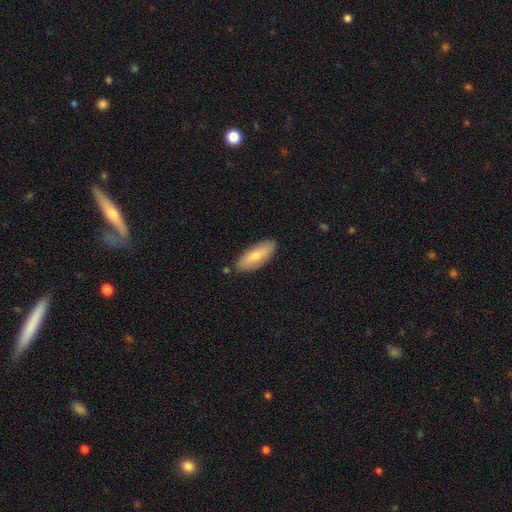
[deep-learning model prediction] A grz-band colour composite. It shows a smooth galaxy with no disk features (72%) that is in between round and cigar-shaped (76%). Merging: none (83%).